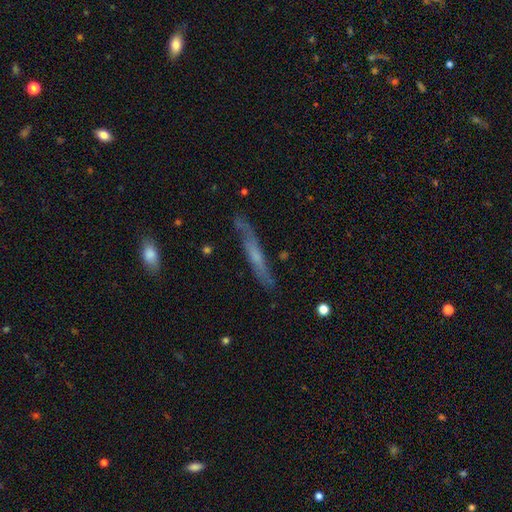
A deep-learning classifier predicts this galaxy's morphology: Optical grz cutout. It shows a featured or disk galaxy (57%) viewed edge-on (80%). Merging: none (74%).